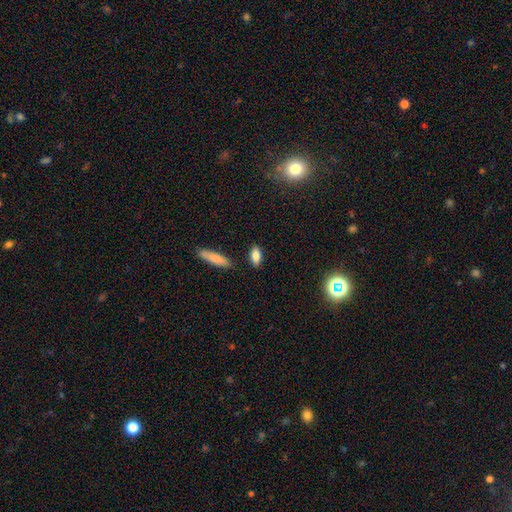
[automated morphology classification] Q: Smooth or featured?
A: smooth (84%); runner-up: featured or disk (8%)
Q: How rounded?
A: in between (82%); runner-up: cigar-shaped (14%)
Q: Merging?
A: none (85%); runner-up: minor disturbance (10%)